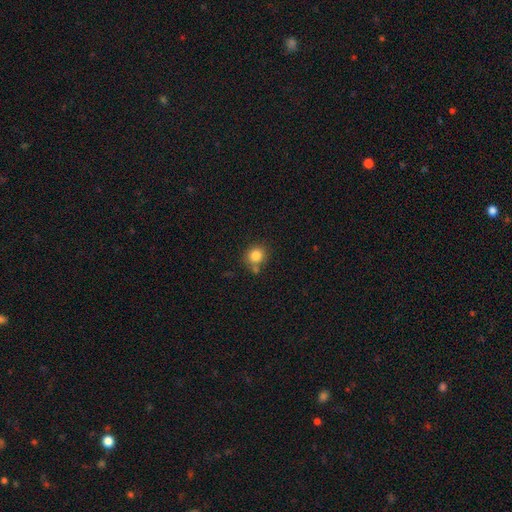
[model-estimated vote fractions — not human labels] smooth_or_featured: smooth (p=0.83) [alt: star or artifact p=0.10]
how_rounded: round (p=0.84) [alt: in between p=0.16]
merging: none (p=0.65) [alt: merger p=0.16]